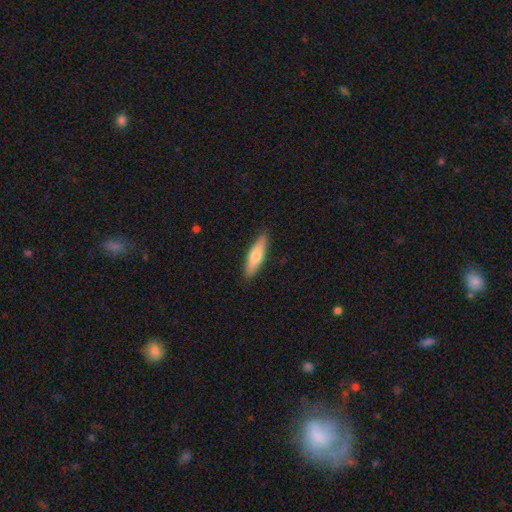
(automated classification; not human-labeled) Q: Smooth or featured?
A: smooth (64%); runner-up: featured or disk (30%)
Q: How rounded?
A: cigar-shaped (66%); runner-up: in between (33%)
Q: Merging?
A: none (89%); runner-up: minor disturbance (8%)